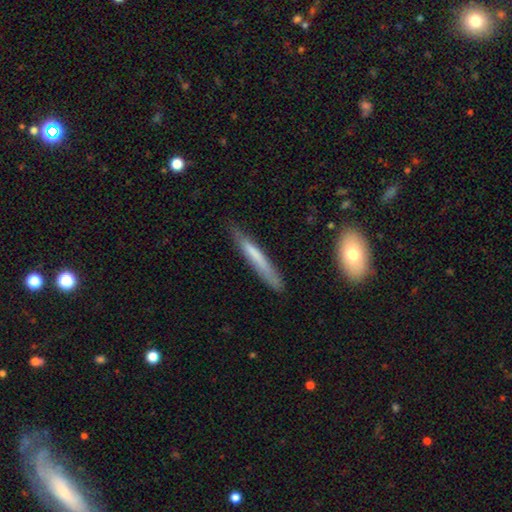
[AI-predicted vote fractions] Morphology: type=smooth (61%); roundness=cigar-shaped (94%); merging=none (75%).